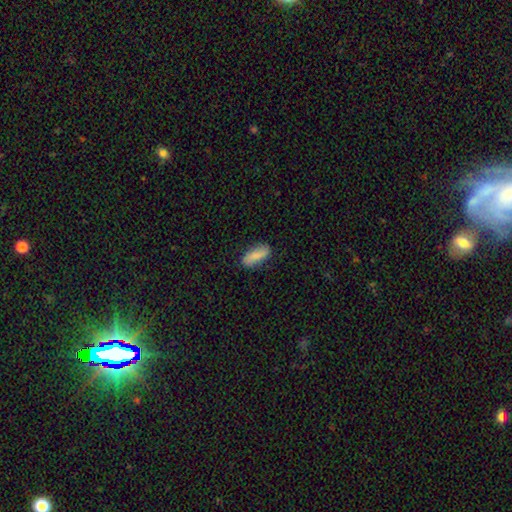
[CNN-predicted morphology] smooth_or_featured: smooth (p=0.75) [alt: featured or disk p=0.18]
how_rounded: in between (p=0.76) [alt: cigar-shaped p=0.21]
merging: none (p=0.78) [alt: minor disturbance p=0.17]